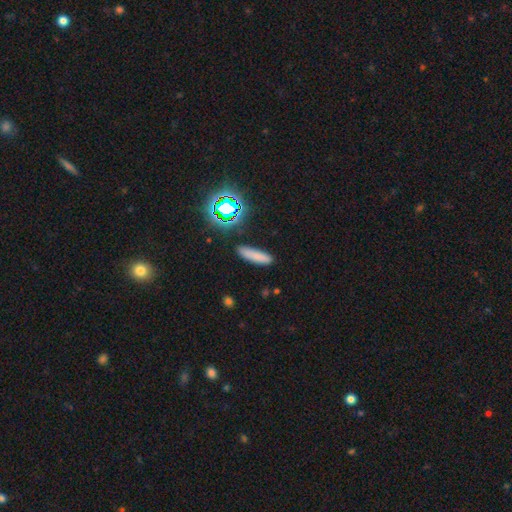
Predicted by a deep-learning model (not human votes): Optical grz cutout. It shows a smooth galaxy with no disk features (76%) that is cigar-shaped (77%). Merging: none (87%).